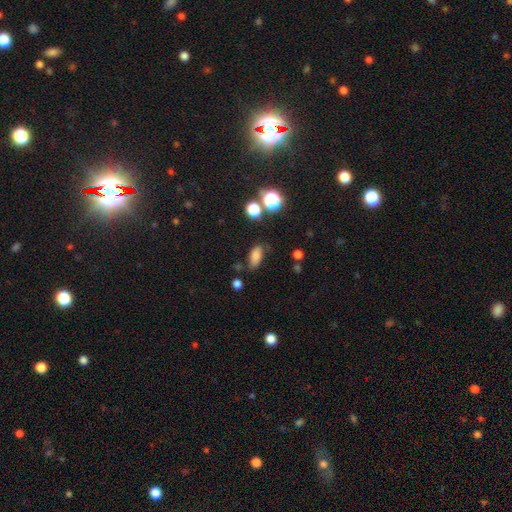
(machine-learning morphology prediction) This appears to be a smooth galaxy with no disk features (80%) that is in between round and cigar-shaped (83%). Merging: none (71%).